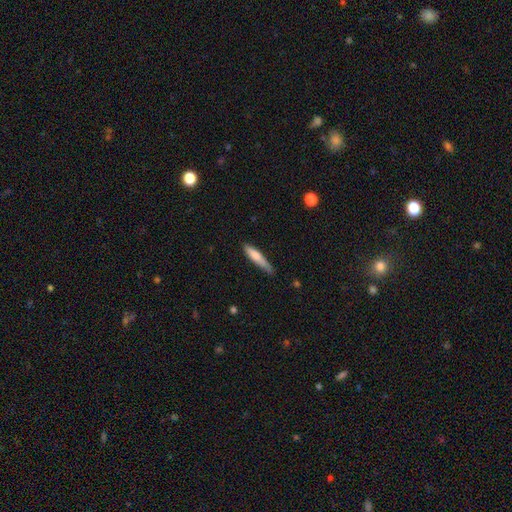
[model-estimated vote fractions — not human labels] This appears to be a smooth galaxy with no disk features (73%) that is cigar-shaped (84%). Merging: none (62%).